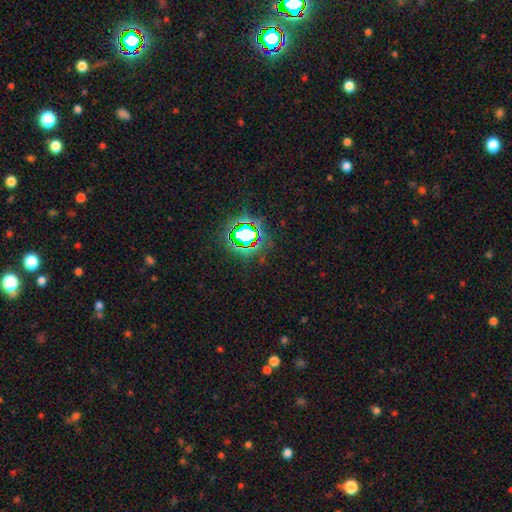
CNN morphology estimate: This appears to be a star or artifact, not a galaxy (81%).